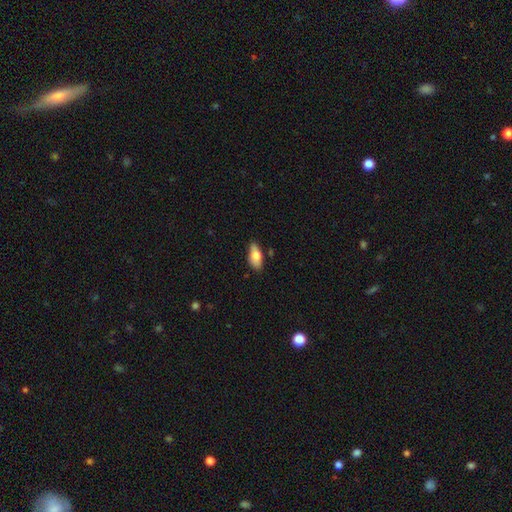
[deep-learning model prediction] Smooth or featured: smooth — 75% (featured or disk — 18%)
How rounded: in between — 88% (cigar-shaped — 9%)
Merging: none — 73% (minor disturbance — 21%)